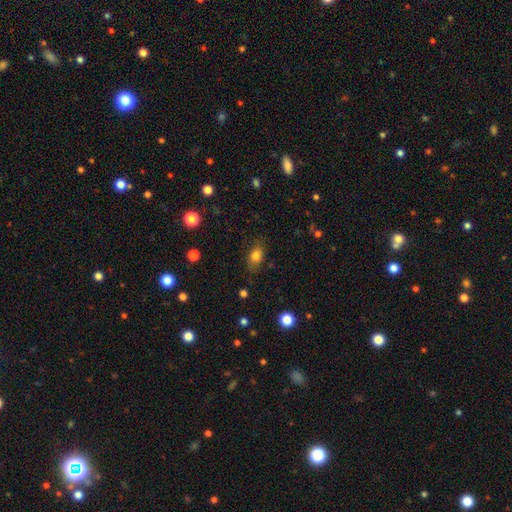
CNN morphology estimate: A smooth galaxy with no disk features (78%) that is in between round and cigar-shaped (77%). Merging: none (72%).